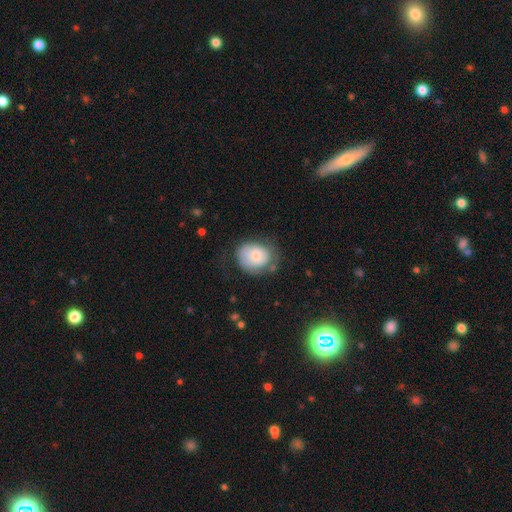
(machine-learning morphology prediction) Smooth or featured? Predicted: smooth (p=0.69). How rounded? Predicted: round (p=0.56). Merging? Predicted: none (p=0.56).